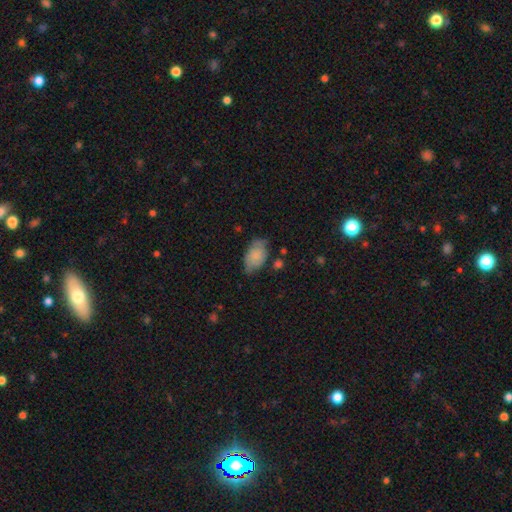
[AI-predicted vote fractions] Smooth or featured? smooth (73%)
How rounded? in between (91%)
Merging? none (59%)